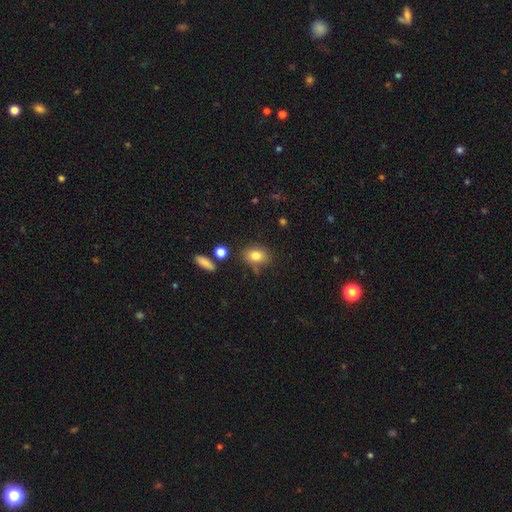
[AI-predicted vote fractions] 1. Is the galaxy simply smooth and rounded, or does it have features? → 82% smooth, 9% star or artifact, 9% featured or disk.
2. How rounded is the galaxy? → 73% in between, 25% round, 2% cigar-shaped.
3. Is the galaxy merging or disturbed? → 75% none, 15% minor disturbance, 6% merger, 4% major disturbance.